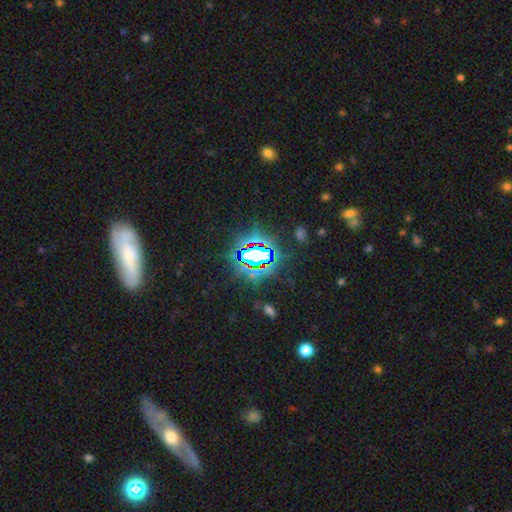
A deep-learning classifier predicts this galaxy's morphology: Smooth or featured? Predicted: star or artifact (p=0.77).